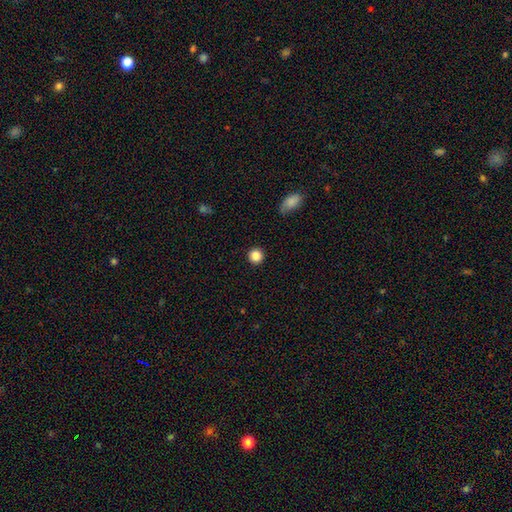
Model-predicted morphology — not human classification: smooth_or_featured: smooth (p=0.86) [alt: star or artifact p=0.10]
how_rounded: round (p=0.94) [alt: in between p=0.05]
merging: none (p=0.92) [alt: minor disturbance p=0.05]